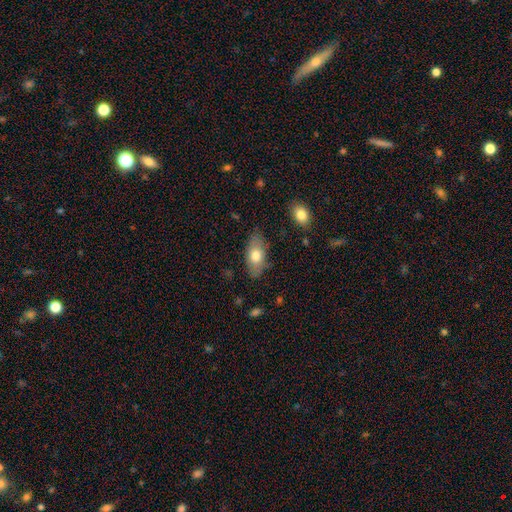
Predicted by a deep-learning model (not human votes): A smooth galaxy with no disk features (72%) that is in between round and cigar-shaped (89%). Merging: none (81%).